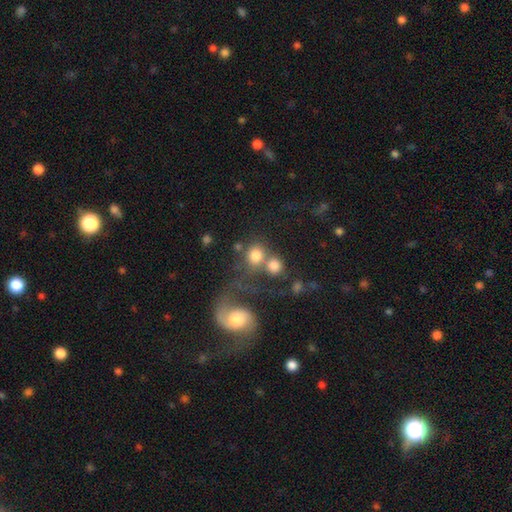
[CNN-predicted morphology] Overall: smooth (74%). How rounded: round (78%). Merging: merger (45%; none 36%).